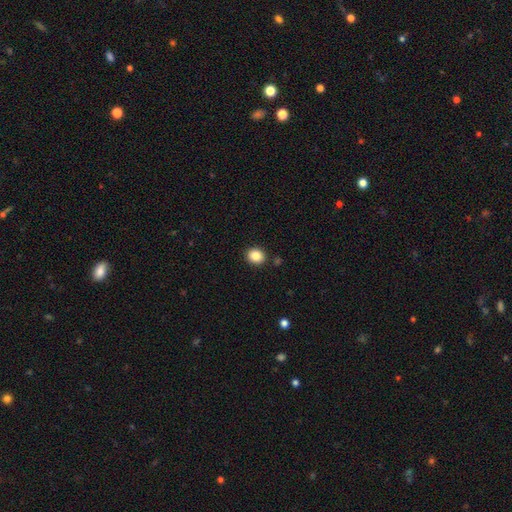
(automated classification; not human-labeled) Morphology: type=smooth (85%); roundness=round (72%); merging=none (90%).